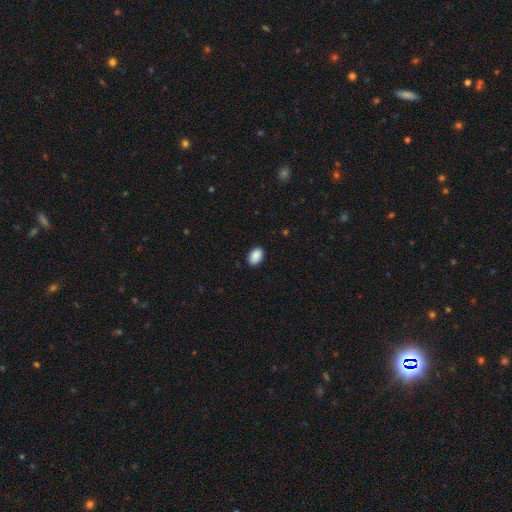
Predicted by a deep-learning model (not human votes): Smooth or featured?
  - smooth: 90% *
  - star or artifact: 7%
  - featured or disk: 3%
How rounded?
  - in between: 90% *
  - round: 9%
  - cigar-shaped: 1%
Merging?
  - none: 89% *
  - minor disturbance: 9%
  - major disturbance: 2%
  - merger: 1%